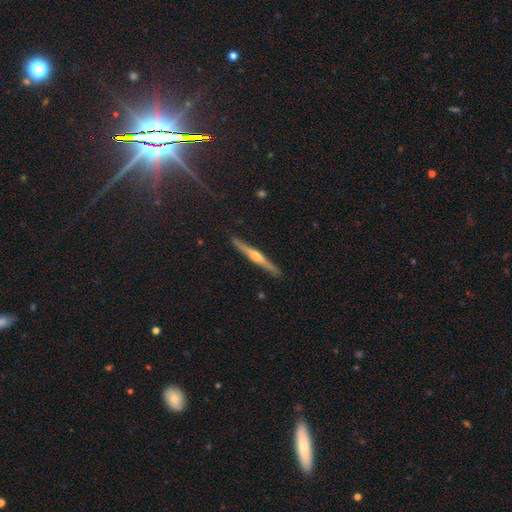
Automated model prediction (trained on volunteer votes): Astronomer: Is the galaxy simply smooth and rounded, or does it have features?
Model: featured or disk — 74%.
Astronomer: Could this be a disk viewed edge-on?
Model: yes — 98%.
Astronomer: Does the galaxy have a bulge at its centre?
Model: rounded — 85%.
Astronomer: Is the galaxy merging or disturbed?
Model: none — 91%.